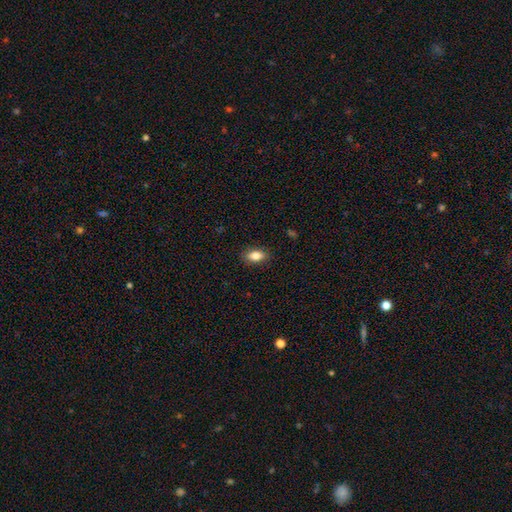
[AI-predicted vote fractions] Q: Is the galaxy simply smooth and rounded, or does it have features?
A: smooth — 84%.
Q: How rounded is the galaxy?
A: in between — 88%.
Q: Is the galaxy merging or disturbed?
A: none — 87%.